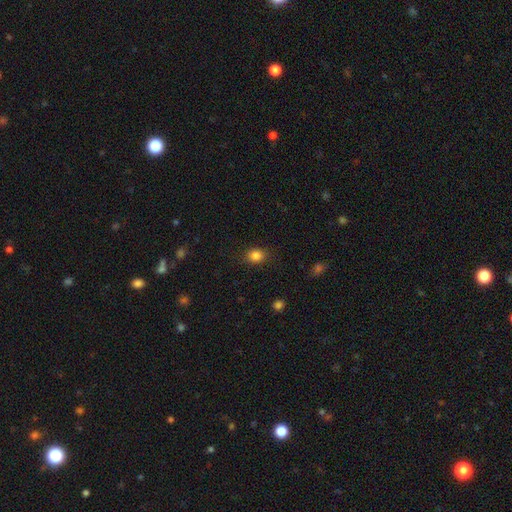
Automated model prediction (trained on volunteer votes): Overall: smooth (84%). How rounded: round (54%; in between 44%). Merging: none (84%).